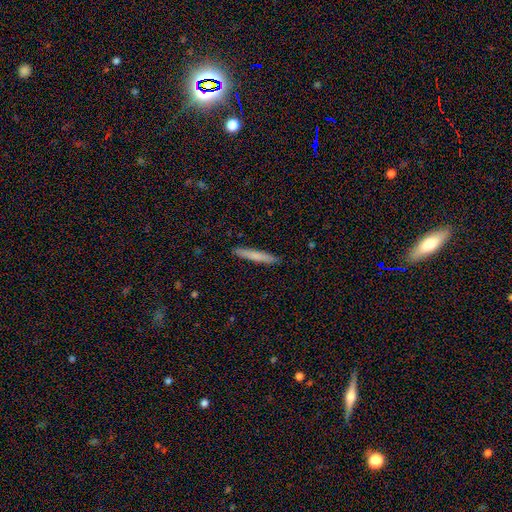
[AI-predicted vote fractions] Smooth or featured?
  - smooth: 72% *
  - featured or disk: 23%
  - star or artifact: 6%
How rounded?
  - cigar-shaped: 95% *
  - in between: 3%
  - round: 1%
Merging?
  - none: 91% *
  - minor disturbance: 7%
  - major disturbance: 1%
  - merger: 1%